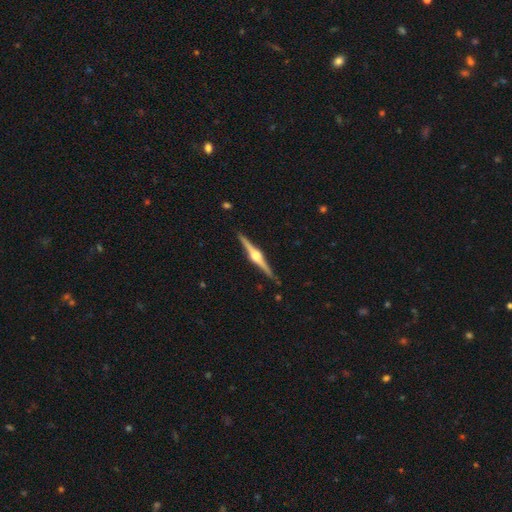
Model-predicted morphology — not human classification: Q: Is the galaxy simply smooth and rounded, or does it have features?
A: featured or disk — 87%.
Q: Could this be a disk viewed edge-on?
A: yes — 99%.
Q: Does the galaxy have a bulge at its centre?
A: rounded — 94%.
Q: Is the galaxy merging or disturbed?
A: none — 90%.